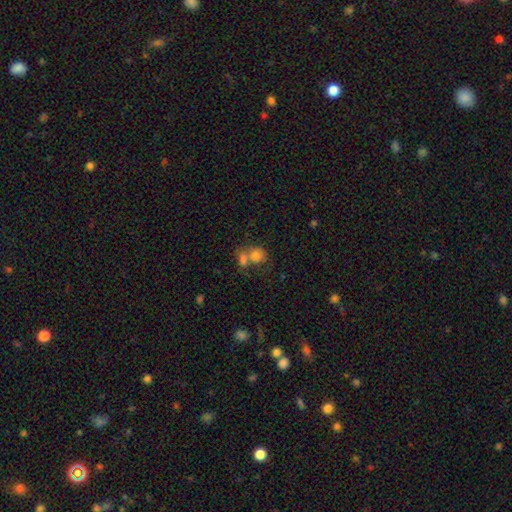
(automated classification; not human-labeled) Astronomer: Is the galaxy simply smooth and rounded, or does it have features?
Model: smooth — 75%.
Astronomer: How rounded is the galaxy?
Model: round — 62% (runner-up: in between, 37%).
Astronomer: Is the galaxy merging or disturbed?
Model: merger — 56%.